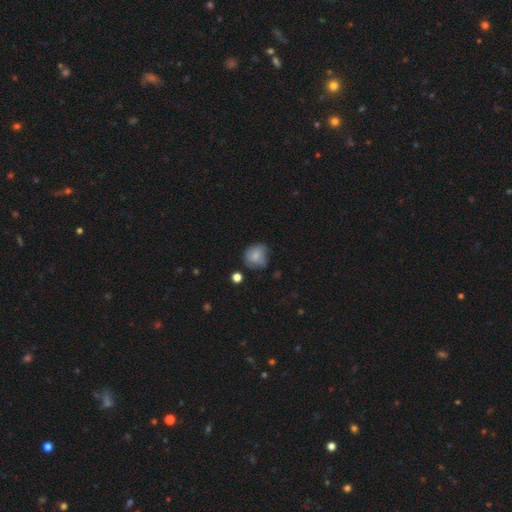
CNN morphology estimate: smooth-or-featured: smooth: 78% | featured or disk: 13% | star or artifact: 9%
  how-rounded: round: 75% | in between: 24% | cigar-shaped: 1%
  merging: none: 55% | minor disturbance: 31% | major disturbance: 10% | merger: 3%